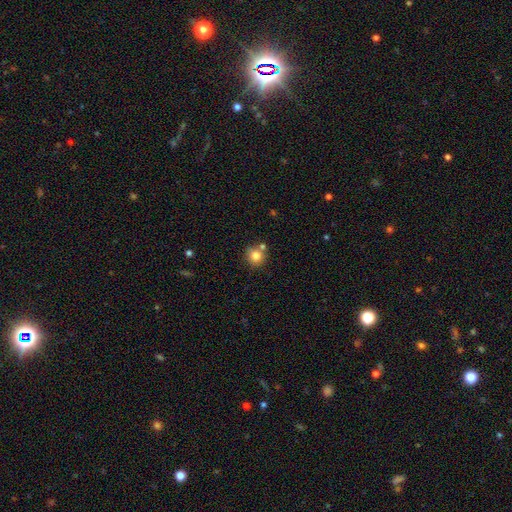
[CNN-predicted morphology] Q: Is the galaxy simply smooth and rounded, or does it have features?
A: smooth — 80%.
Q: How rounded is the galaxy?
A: round — 90%.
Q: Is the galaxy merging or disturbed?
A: none — 70%.